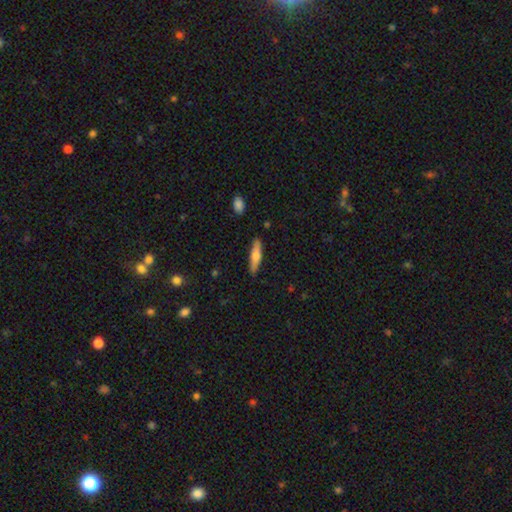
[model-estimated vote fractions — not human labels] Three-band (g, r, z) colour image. It shows a smooth galaxy with no disk features (59%) that is cigar-shaped (76%). Merging: none (87%).